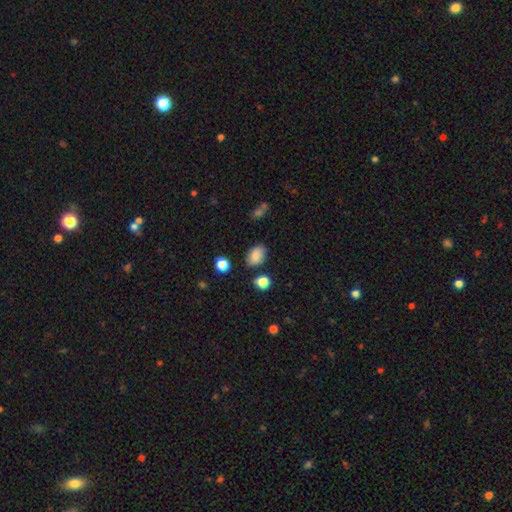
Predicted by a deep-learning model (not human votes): Overall: smooth (83%). How rounded: in between (83%). Merging: none (79%).